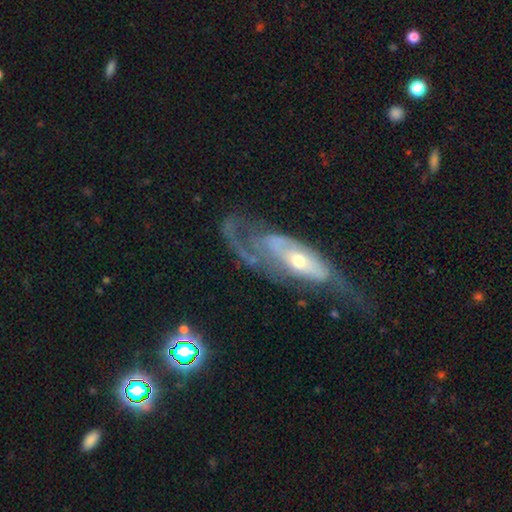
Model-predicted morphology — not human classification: The model was most divided on "merging": none: 40%, major disturbance: 36%, minor disturbance: 19%, merger: 5%. Remaining: edge-on disk — no (85%); smooth or featured — featured or disk (77%); spiral arms — yes (77%); bar — no (67%); bulge size — moderate (52%); spiral arm count — 2 (46%); spiral winding — medium (37%).